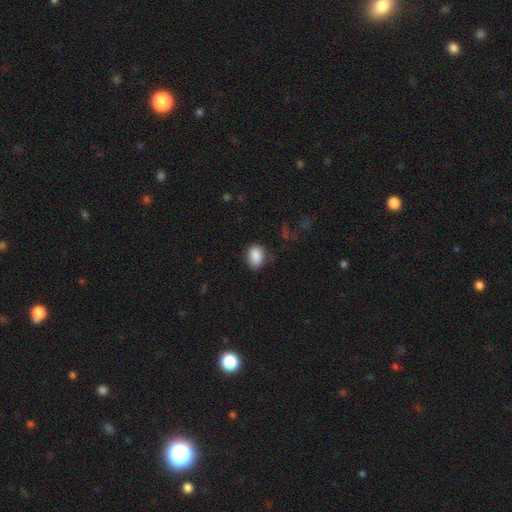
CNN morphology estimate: A smooth galaxy with no disk features (88%) that is in between round and cigar-shaped (74%).

Vote fractions:
- Smooth or featured? smooth: 88% / star or artifact: 8% / featured or disk: 5%
- How rounded? in between: 74% / round: 25% / cigar-shaped: 1%
- Merging? none: 71% / minor disturbance: 22% / major disturbance: 5% / merger: 2%